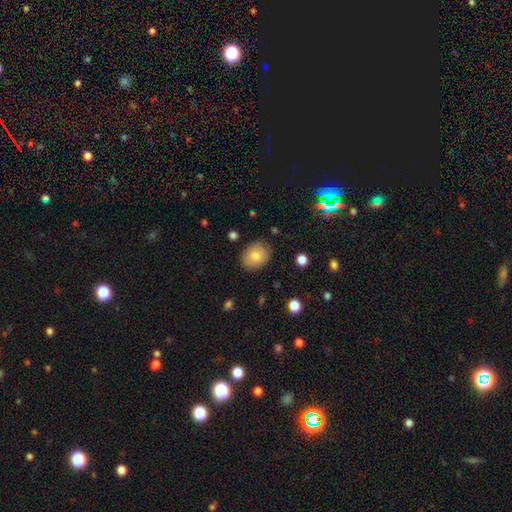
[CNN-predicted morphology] smooth-or-featured: smooth: 80% | featured or disk: 12% | star or artifact: 8%
  how-rounded: in between: 51% | round: 48% | cigar-shaped: 1%
  merging: none: 83% | minor disturbance: 12% | major disturbance: 3% | merger: 1%